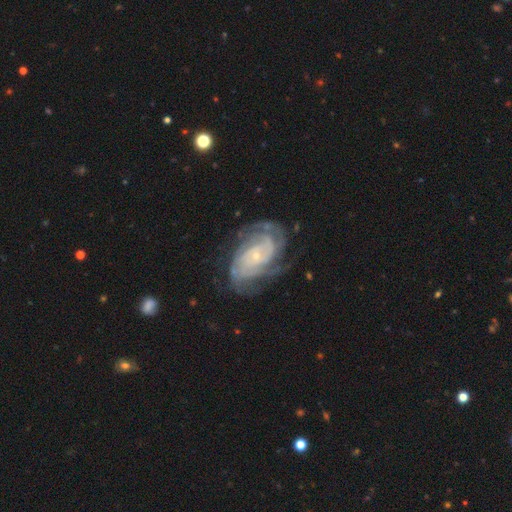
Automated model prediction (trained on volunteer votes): This is clearly a featured or disk galaxy (88%). It is clearly not viewed edge-on (97%). Bar: likely no (68%). Spiral arm pattern: clearly yes (96%). Spiral arm count: marginally 2 (29%). Spiral winding: likely tight (67%). Central bulge: clearly small (81%). Merging: likely none (70%).